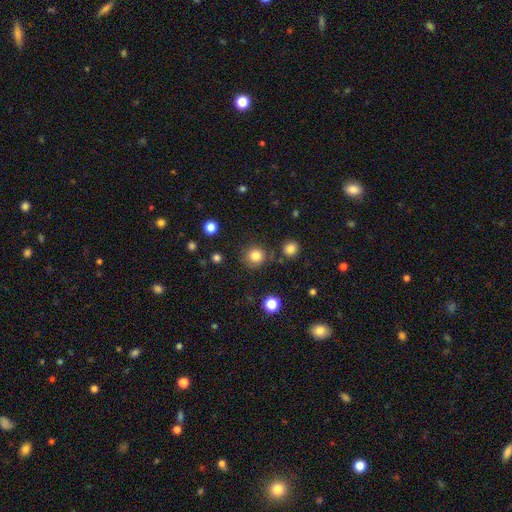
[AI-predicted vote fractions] This is clearly a smooth galaxy (82%). How rounded: clearly round (92%). Merging: clearly none (82%).